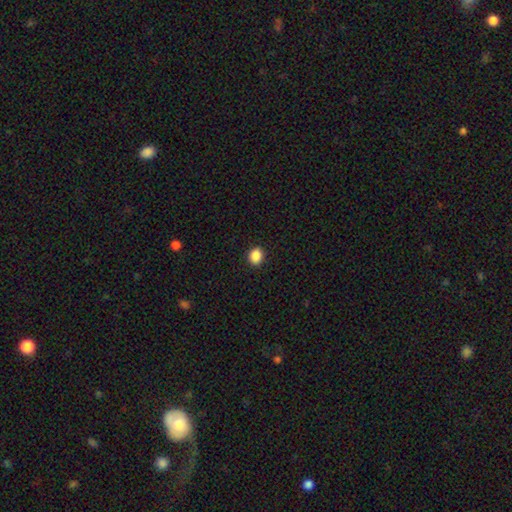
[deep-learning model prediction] This is clearly a smooth galaxy (88%). How rounded: possibly round (60%). Merging: clearly none (91%).